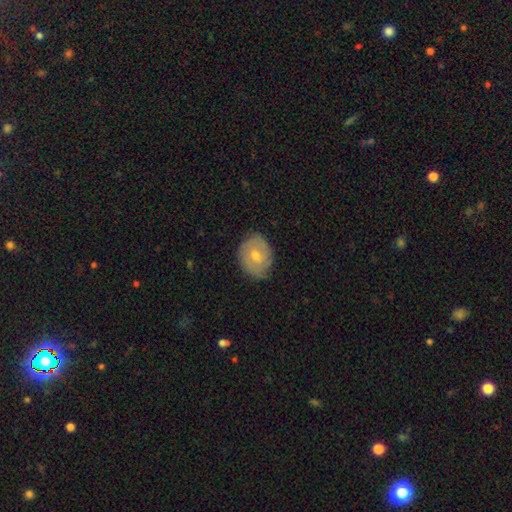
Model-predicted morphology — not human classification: Smooth or featured? Predicted: smooth (p=0.50). How rounded? Predicted: round (p=0.51). Merging? Predicted: none (p=0.78).